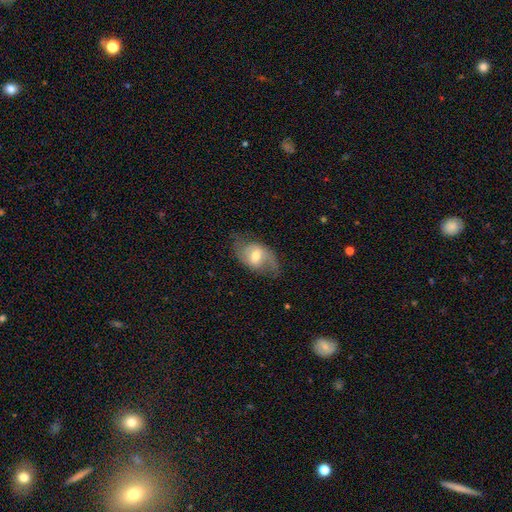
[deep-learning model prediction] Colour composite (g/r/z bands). It shows a featured or disk galaxy (62%) with a weak bar (49%), spiral arms (79%) and a moderate central bulge (66%). Merging: none (68%).